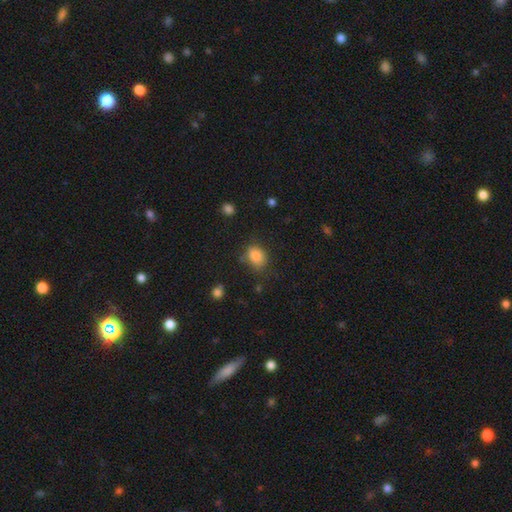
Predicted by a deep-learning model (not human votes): Overall: smooth (84%). How rounded: in between (63%; round 36%). Merging: none (68%).